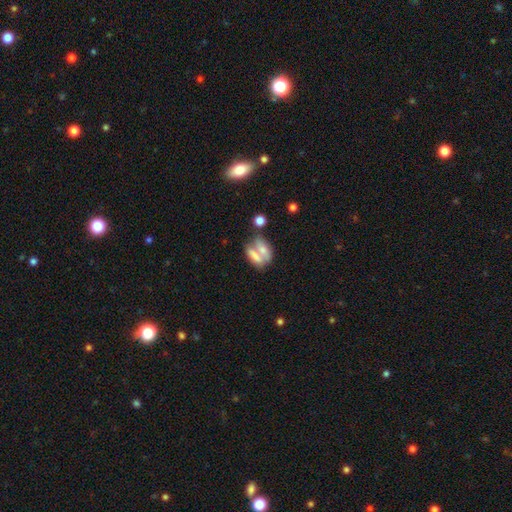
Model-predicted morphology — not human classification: The model was most divided on "merging": merger: 57%, none: 27%, minor disturbance: 9%, major disturbance: 7%. More confident: how rounded — in between (72%); smooth or featured — smooth (61%).